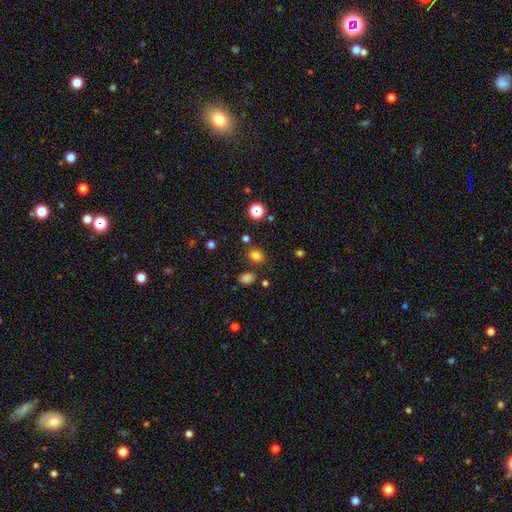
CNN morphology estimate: type=smooth (78%); roundness=in between (66%); merging=none (78%).